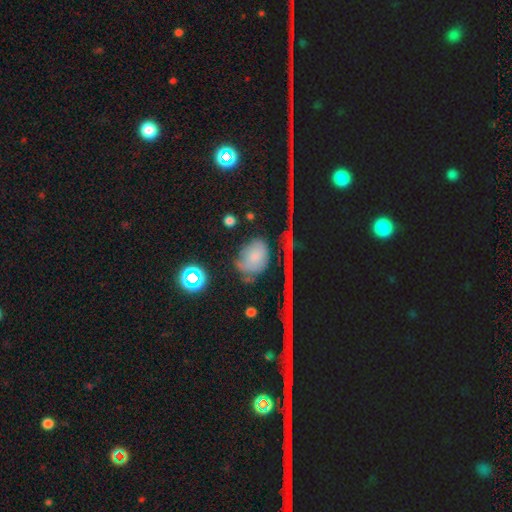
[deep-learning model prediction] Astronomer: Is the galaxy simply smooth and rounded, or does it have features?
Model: smooth — 59%.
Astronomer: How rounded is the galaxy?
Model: in between — 62%.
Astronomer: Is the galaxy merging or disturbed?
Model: none — 47% (runner-up: minor disturbance, 26%).